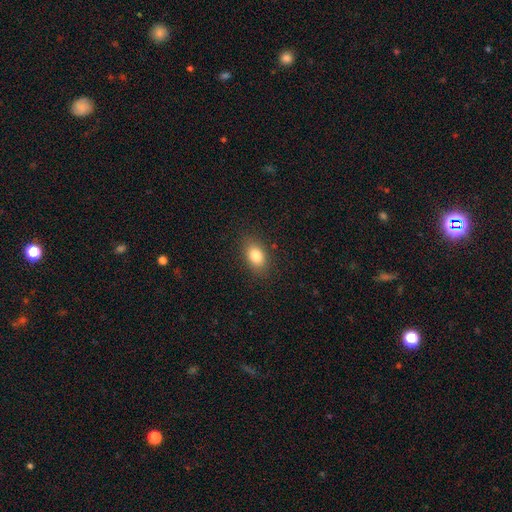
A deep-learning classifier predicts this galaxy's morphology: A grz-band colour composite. It shows a smooth galaxy with no disk features (82%) that is in between round and cigar-shaped (83%). Merging: none (86%).